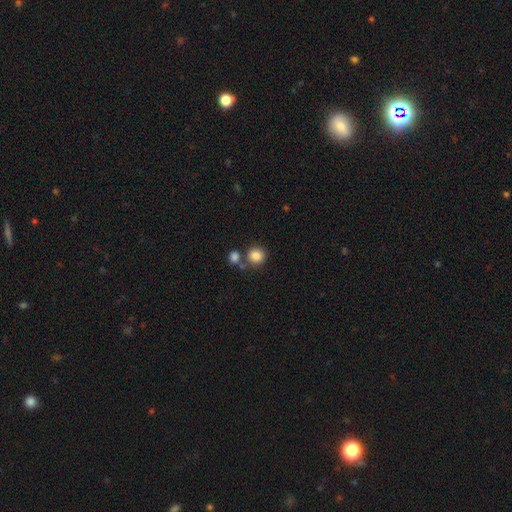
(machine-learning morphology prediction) Overall: smooth (85%). How rounded: round (86%). Merging: none (66%).